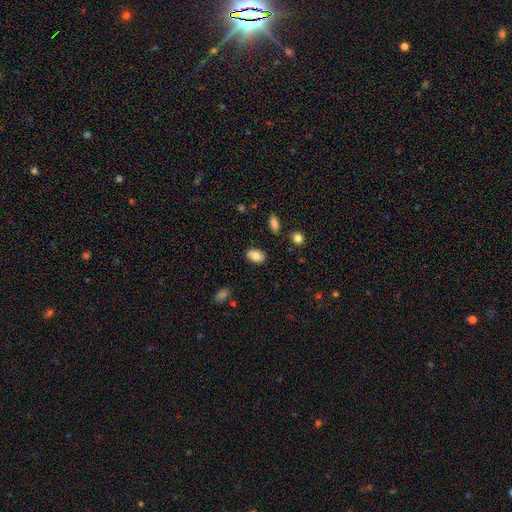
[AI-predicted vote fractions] A smooth galaxy with no disk features (82%) that is in between round and cigar-shaped (89%). Merging: none (84%).